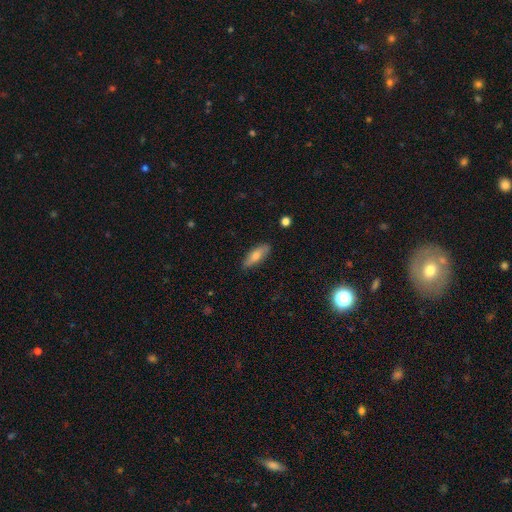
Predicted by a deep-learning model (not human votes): Morphology: type=smooth (69%); roundness=in between (59%); merging=none (85%).